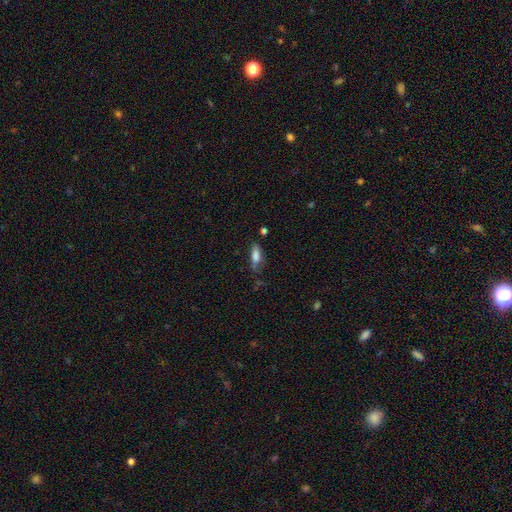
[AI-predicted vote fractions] Smooth or featured?
  - smooth: 76% *
  - featured or disk: 15%
  - star or artifact: 9%
How rounded?
  - in between: 68% *
  - cigar-shaped: 30%
  - round: 3%
Merging?
  - none: 47% *
  - minor disturbance: 31%
  - major disturbance: 17%
  - merger: 5%